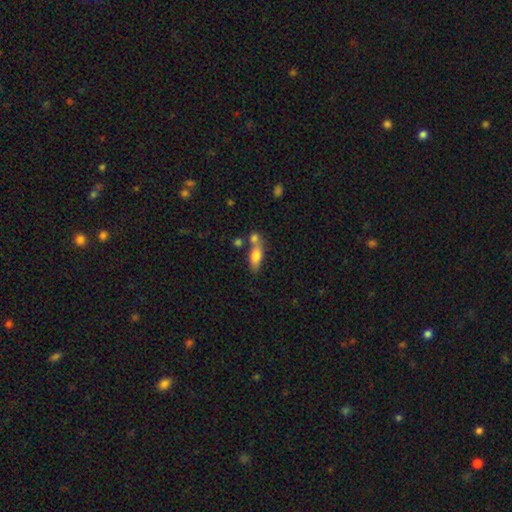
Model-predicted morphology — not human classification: This appears to be a smooth galaxy with no disk features (74%) that is in between round and cigar-shaped (73%). Merging: merger (41%, tied with none).